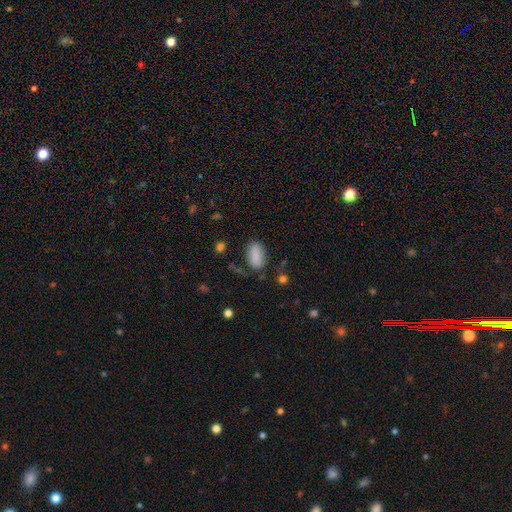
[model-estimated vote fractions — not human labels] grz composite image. It shows a smooth galaxy with no disk features (86%) that is in between round and cigar-shaped (91%). Merging: none (73%).